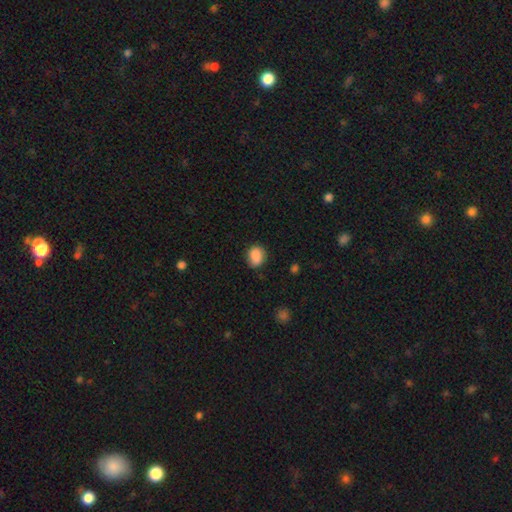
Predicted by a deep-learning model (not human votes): Overall: smooth (88%). How rounded: in between (61%; round 38%). Merging: none (76%).